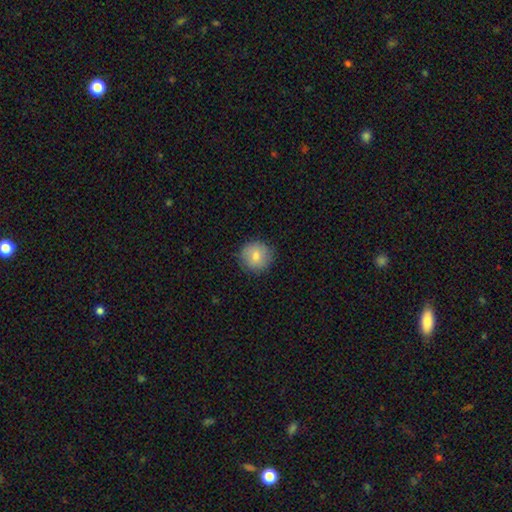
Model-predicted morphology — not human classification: Smooth or featured: smooth — 78% (featured or disk — 13%)
How rounded: round — 93% (in between — 6%)
Merging: none — 88% (minor disturbance — 9%)